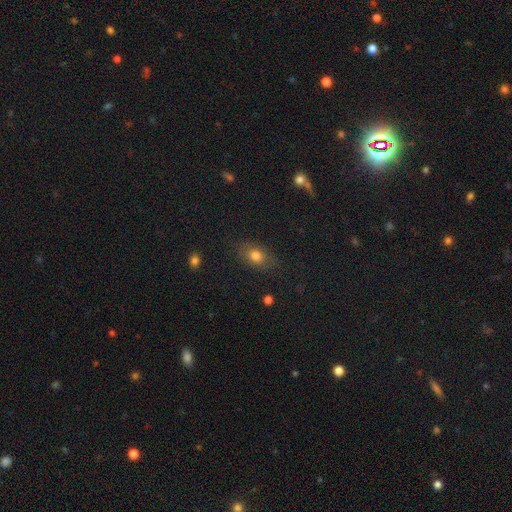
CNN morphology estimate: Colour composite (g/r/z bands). It shows a smooth galaxy with no disk features (77%) that is in between round and cigar-shaped (72%). Merging: none (80%).